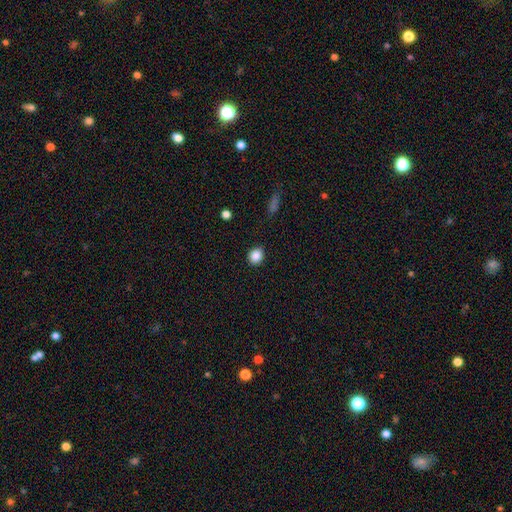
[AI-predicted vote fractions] A smooth galaxy with no disk features (86%) that is round (72%).

Vote fractions:
- Smooth or featured? smooth: 86% / star or artifact: 10% / featured or disk: 4%
- How rounded? round: 72% / in between: 27% / cigar-shaped: 1%
- Merging? none: 89% / minor disturbance: 7% / major disturbance: 2% / merger: 1%